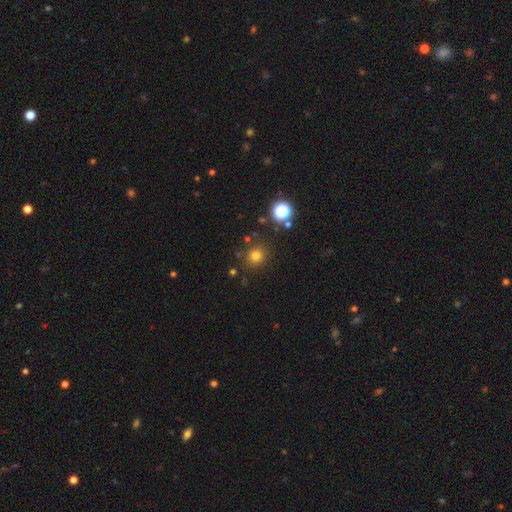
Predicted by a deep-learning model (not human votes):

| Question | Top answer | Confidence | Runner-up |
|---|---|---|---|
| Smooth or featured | smooth | 76% | star or artifact (18%) |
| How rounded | round | 88% | in between (11%) |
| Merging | none | 84% | minor disturbance (8%) |